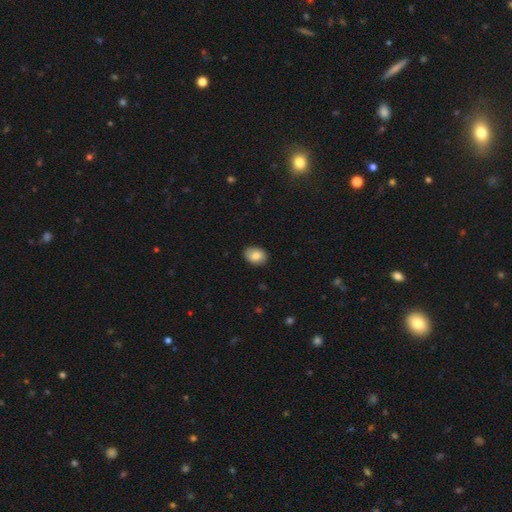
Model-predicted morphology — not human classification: Smooth or featured? smooth (81%)
How rounded? in between (74%)
Merging? none (87%)